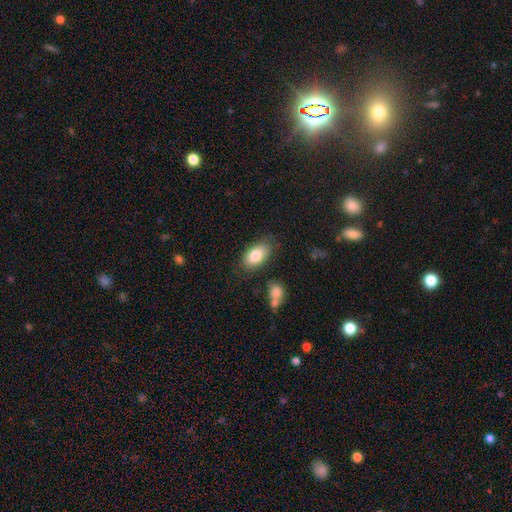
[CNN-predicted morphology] Overall: smooth (81%). How rounded: in between (92%). Merging: none (77%).